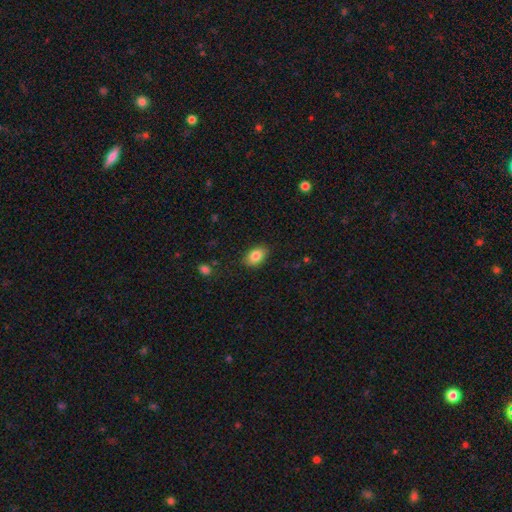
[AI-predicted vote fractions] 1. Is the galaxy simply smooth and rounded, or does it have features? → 84% smooth, 8% featured or disk, 8% star or artifact.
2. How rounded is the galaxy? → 87% in between, 11% round, 1% cigar-shaped.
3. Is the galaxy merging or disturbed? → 86% none, 10% minor disturbance, 2% major disturbance, 1% merger.